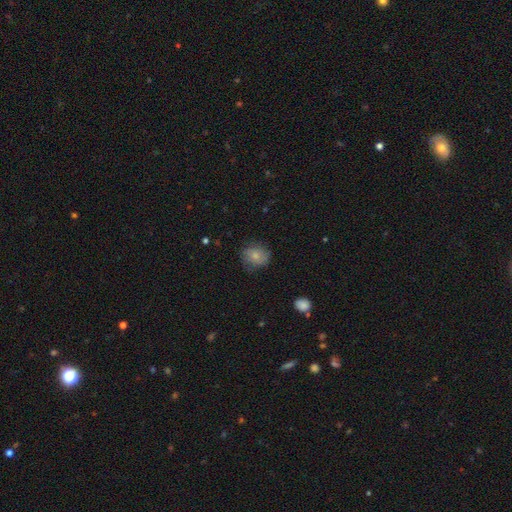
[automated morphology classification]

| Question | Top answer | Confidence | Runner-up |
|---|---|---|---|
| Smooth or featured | smooth | 65% | featured or disk (26%) |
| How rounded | round | 71% | in between (28%) |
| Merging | none | 72% | minor disturbance (21%) |